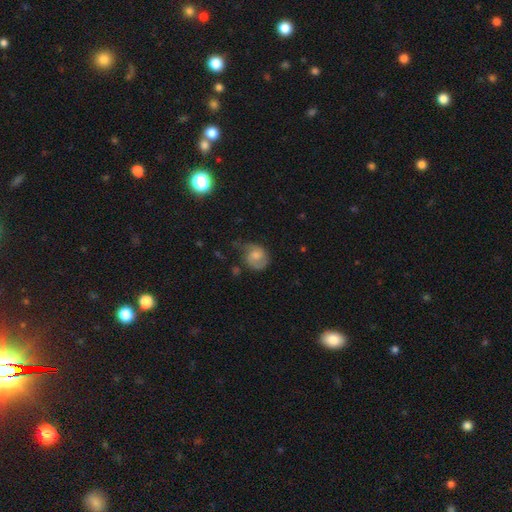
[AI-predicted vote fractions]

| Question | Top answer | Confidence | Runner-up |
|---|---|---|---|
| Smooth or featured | featured or disk | 50% | smooth (42%) |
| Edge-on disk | no | 97% | yes (3%) |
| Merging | none | 51% | minor disturbance (31%) |